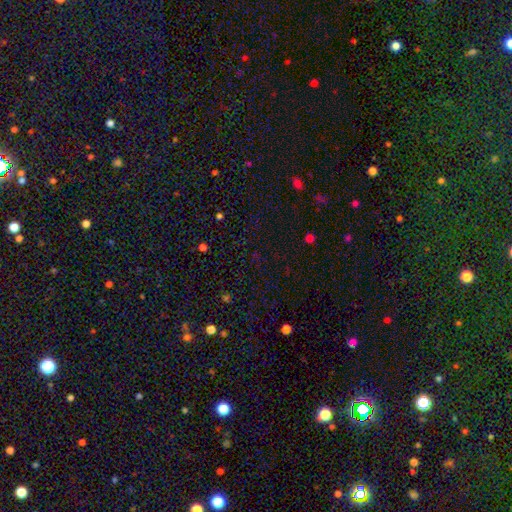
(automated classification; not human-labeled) Morphology: type=star or artifact (63%).